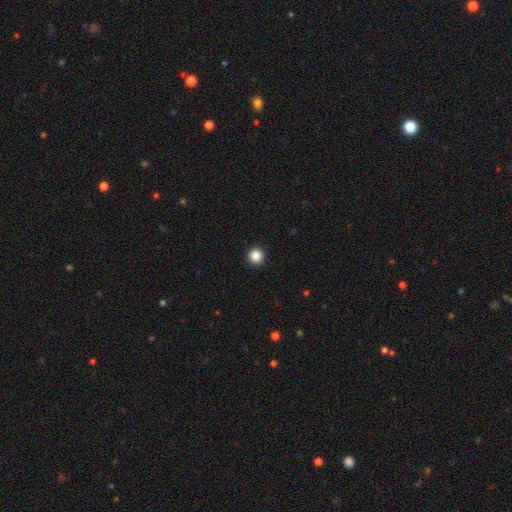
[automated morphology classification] Smooth or featured? smooth (87%)
How rounded? round (93%)
Merging? none (93%)